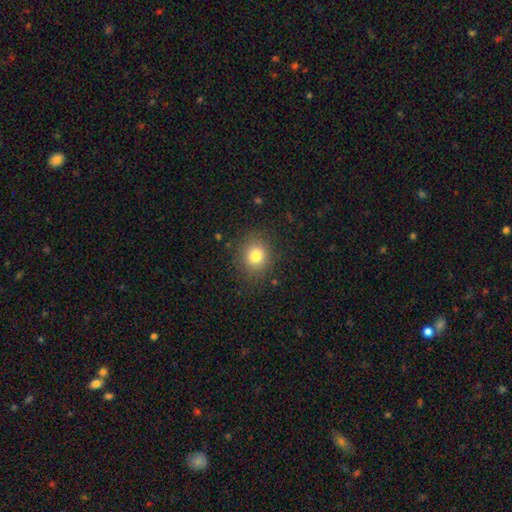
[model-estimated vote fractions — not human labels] smooth_or_featured: smooth (p=0.80) [alt: star or artifact p=0.12]
how_rounded: round (p=0.77) [alt: in between p=0.22]
merging: none (p=0.86) [alt: minor disturbance p=0.09]